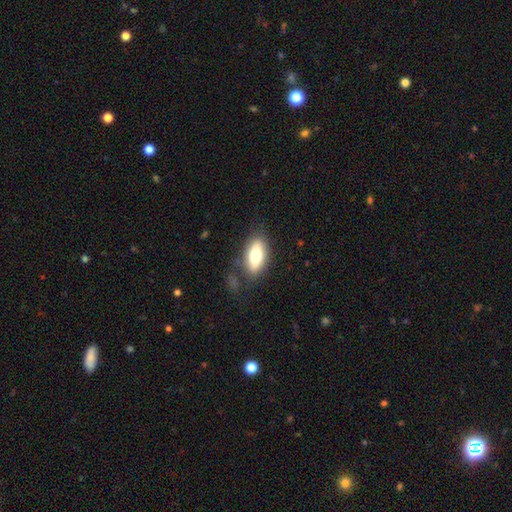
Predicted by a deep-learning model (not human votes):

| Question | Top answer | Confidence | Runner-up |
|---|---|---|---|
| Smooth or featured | smooth | 71% | featured or disk (22%) |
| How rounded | in between | 83% | cigar-shaped (14%) |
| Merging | none | 78% | minor disturbance (15%) |